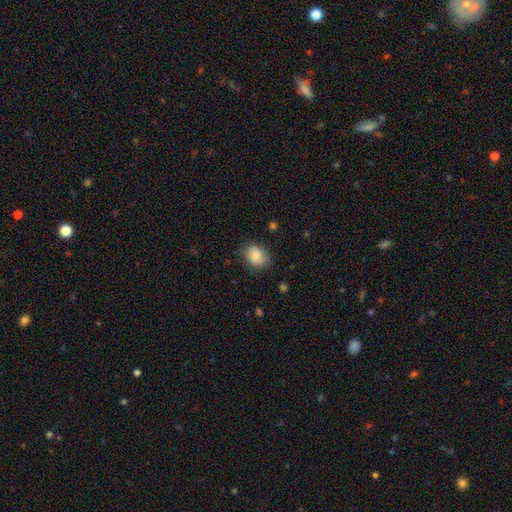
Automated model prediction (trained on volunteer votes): Smooth or featured?
  - smooth: 81% *
  - featured or disk: 12%
  - star or artifact: 8%
How rounded?
  - in between: 61% *
  - round: 38%
  - cigar-shaped: 1%
Merging?
  - none: 77% *
  - minor disturbance: 17%
  - major disturbance: 4%
  - merger: 1%